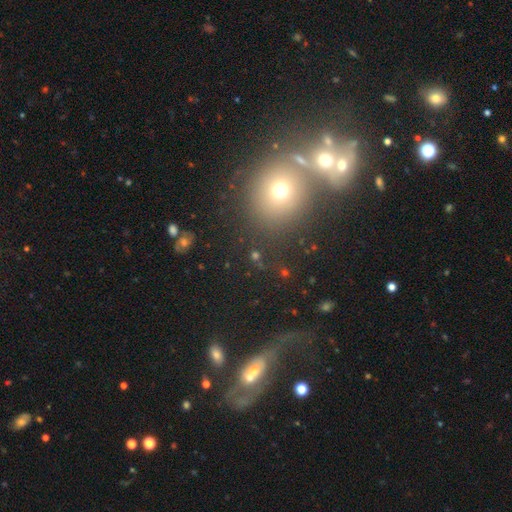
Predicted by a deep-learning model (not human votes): smooth 49%, star or artifact 31%, featured or disk 19%. Down the decision tree: merging — none (66%).